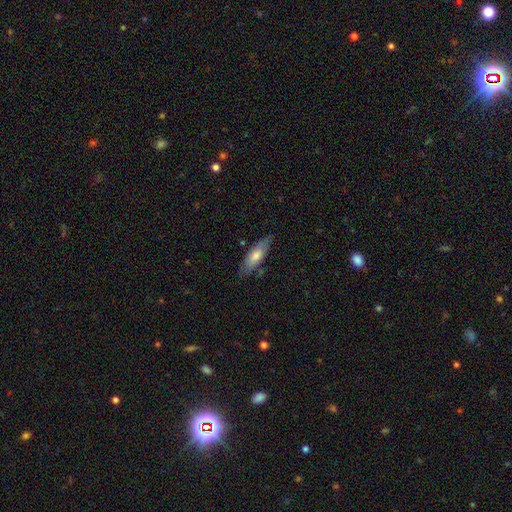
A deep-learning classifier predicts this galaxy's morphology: A smooth galaxy with no disk features (57%) that is cigar-shaped (54%). Merging: none (80%).